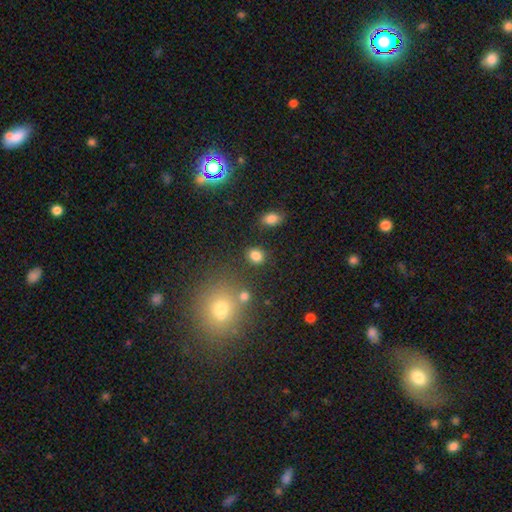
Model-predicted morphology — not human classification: This is clearly a smooth galaxy (83%). How rounded: possibly round (58%). Merging: clearly none (82%).